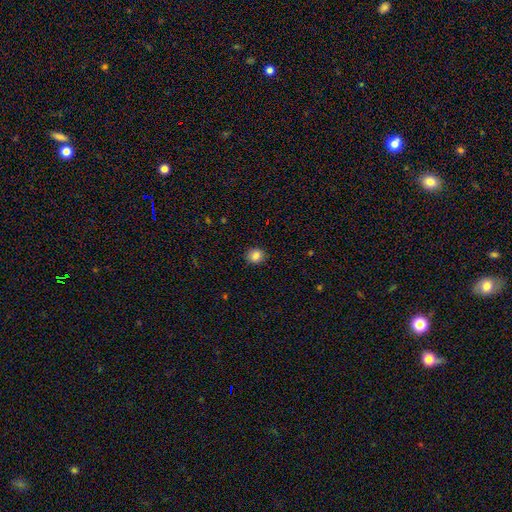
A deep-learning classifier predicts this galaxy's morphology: A smooth galaxy with no disk features (85%) that is round (80%). Merging: none (89%).